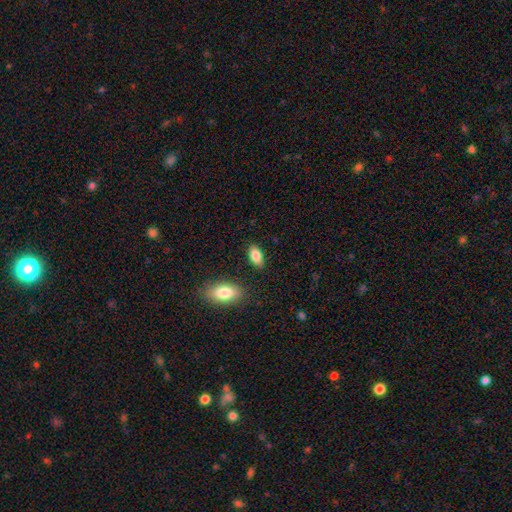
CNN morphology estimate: Q: Smooth or featured?
A: smooth (84%); runner-up: featured or disk (9%)
Q: How rounded?
A: in between (91%); runner-up: cigar-shaped (5%)
Q: Merging?
A: none (86%); runner-up: minor disturbance (9%)